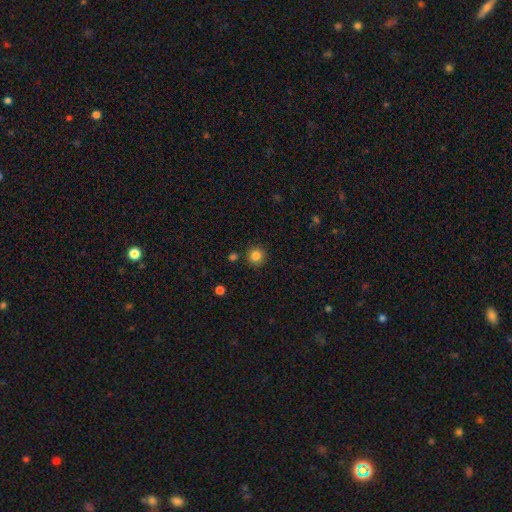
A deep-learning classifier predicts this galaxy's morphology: A smooth galaxy with no disk features (84%) that is round (94%).

Vote fractions:
- Smooth or featured? smooth: 84% / star or artifact: 11% / featured or disk: 5%
- How rounded? round: 94% / in between: 5% / cigar-shaped: 1%
- Merging? none: 88% / minor disturbance: 7% / merger: 3% / major disturbance: 2%